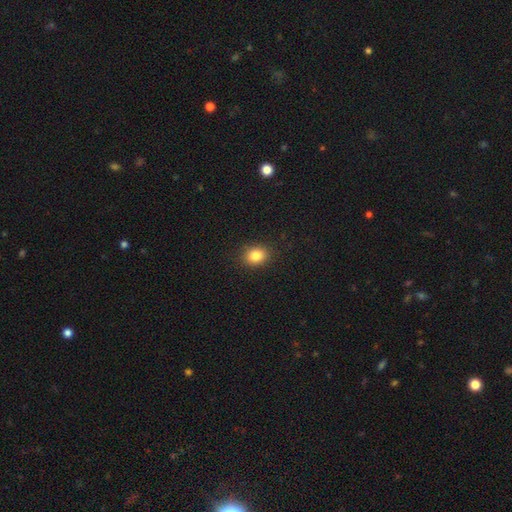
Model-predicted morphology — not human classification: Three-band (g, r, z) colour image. It shows a smooth galaxy with no disk features (84%) that is round (51%). Merging: none (89%).